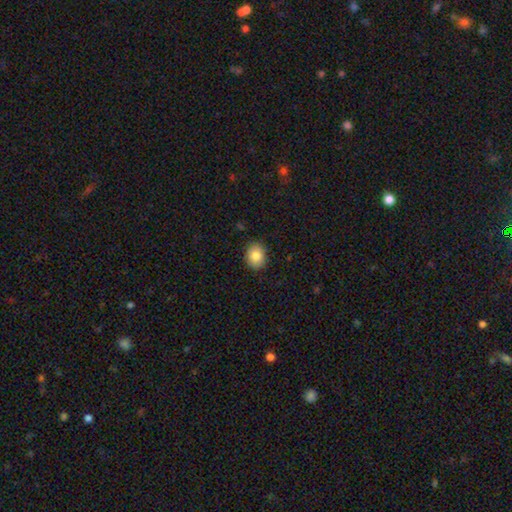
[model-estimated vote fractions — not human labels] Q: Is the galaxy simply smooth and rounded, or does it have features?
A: smooth — 85%.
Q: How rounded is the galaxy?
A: round — 53%.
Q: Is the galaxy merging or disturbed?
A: none — 88%.